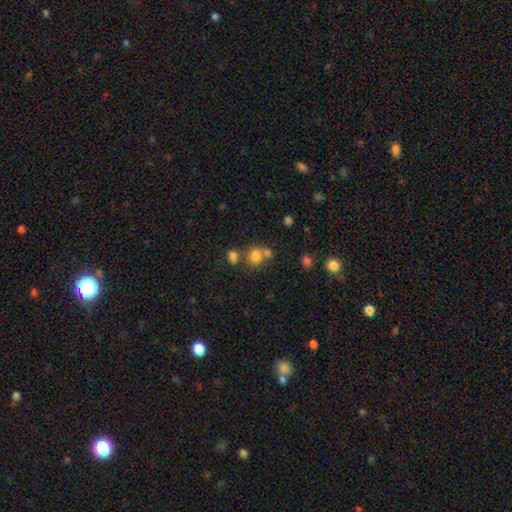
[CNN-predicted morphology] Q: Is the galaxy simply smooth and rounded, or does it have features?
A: smooth — 76%.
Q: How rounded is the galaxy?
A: round — 75%.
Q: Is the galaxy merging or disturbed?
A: none — 52%.